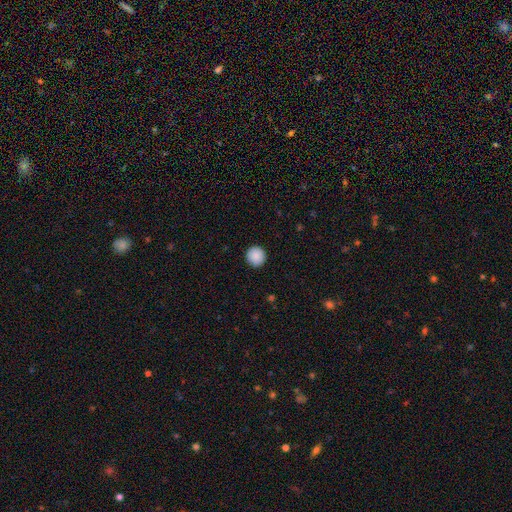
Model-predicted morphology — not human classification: Q: Smooth or featured?
A: smooth (89%); runner-up: star or artifact (8%)
Q: How rounded?
A: round (95%); runner-up: in between (4%)
Q: Merging?
A: none (92%); runner-up: minor disturbance (5%)